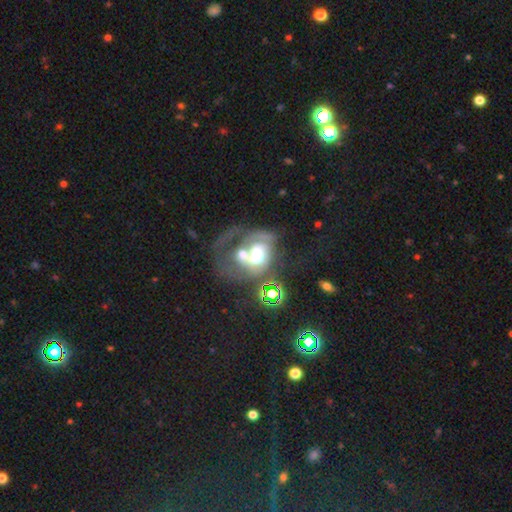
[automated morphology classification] Smooth or featured? featured or disk (55%)
Edge-on disk? no (96%)
Bar? no (76%)
Spiral arms? no (58%)
Bulge size? moderate (40%)
Merging? merger (47%)